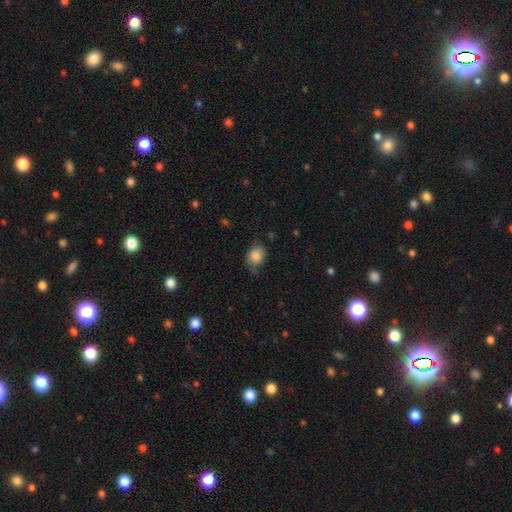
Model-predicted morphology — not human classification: smooth_or_featured: smooth (p=0.80) [alt: featured or disk p=0.12]
how_rounded: in between (p=0.52) [alt: round p=0.47]
merging: none (p=0.56) [alt: minor disturbance p=0.32]